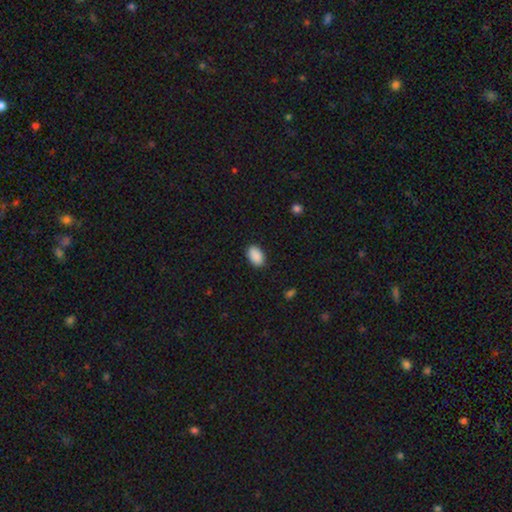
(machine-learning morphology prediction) A smooth galaxy with no disk features (91%) that is in between round and cigar-shaped (91%). Merging: none (88%).